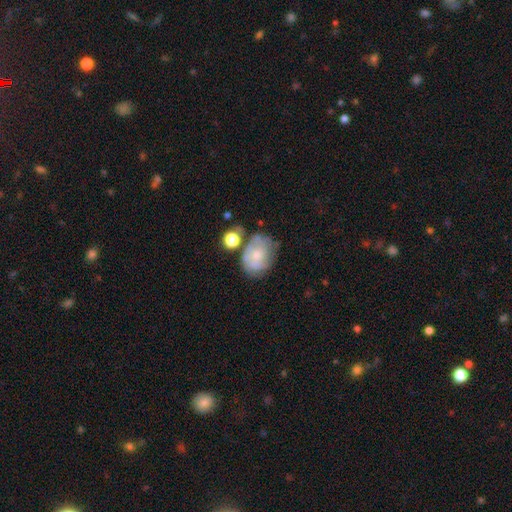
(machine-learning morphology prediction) A smooth galaxy with no disk features (48%). Merging: none (46%).